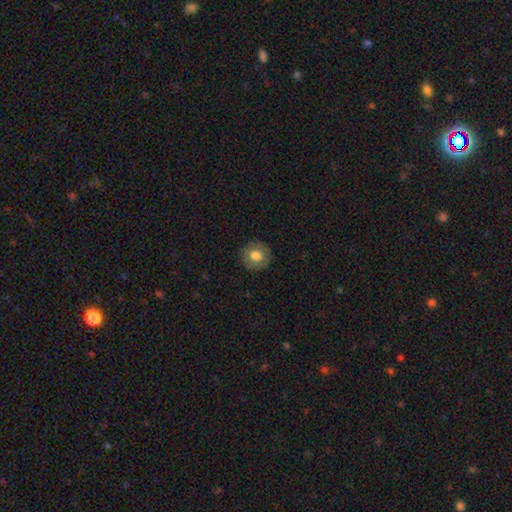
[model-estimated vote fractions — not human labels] The model was most divided on "smooth or featured": smooth: 72%, featured or disk: 19%, star or artifact: 8%. More confident: how rounded — round (91%); merging — none (89%).